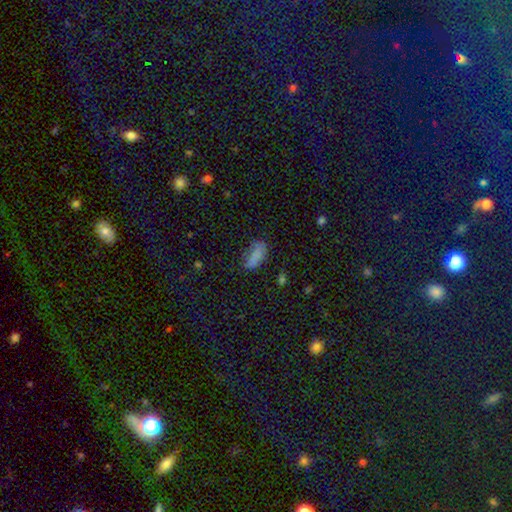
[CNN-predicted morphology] smooth_or_featured: smooth (p=0.79) [alt: star or artifact p=0.12]
how_rounded: in between (p=0.85) [alt: cigar-shaped p=0.12]
merging: none (p=0.54) [alt: minor disturbance p=0.28]